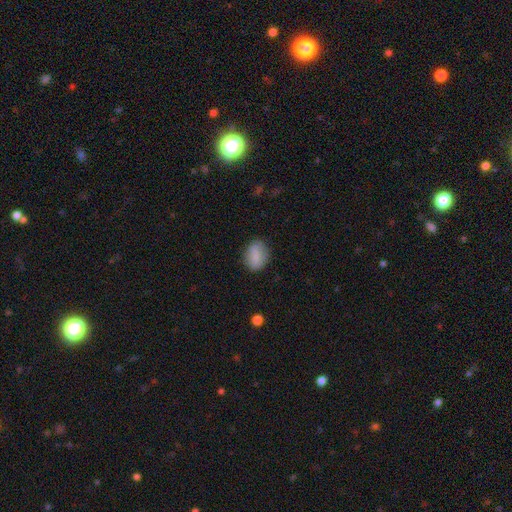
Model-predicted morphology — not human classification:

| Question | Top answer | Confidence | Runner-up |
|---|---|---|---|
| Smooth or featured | smooth | 84% | featured or disk (8%) |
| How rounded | in between | 72% | round (27%) |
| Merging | none | 81% | minor disturbance (14%) |